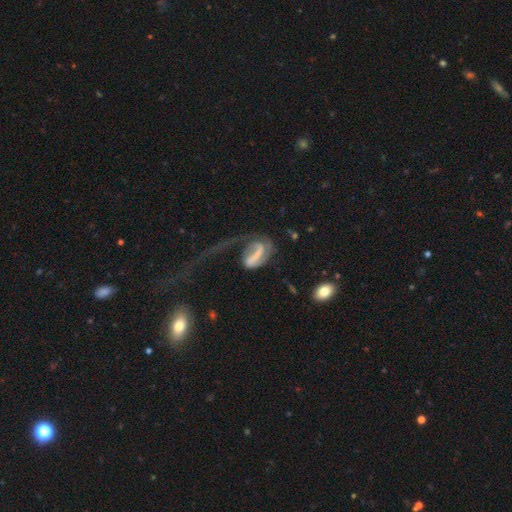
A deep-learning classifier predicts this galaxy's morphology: featured or disk 69%, smooth 22%, star or artifact 8%. Down the decision tree: edge-on disk — no (96%); bar — strong (52%); spiral arms — yes (79%); spiral arm count — 1 (60%); spiral winding — loose (57%); bulge size — none (54%); merging — major disturbance (59%).